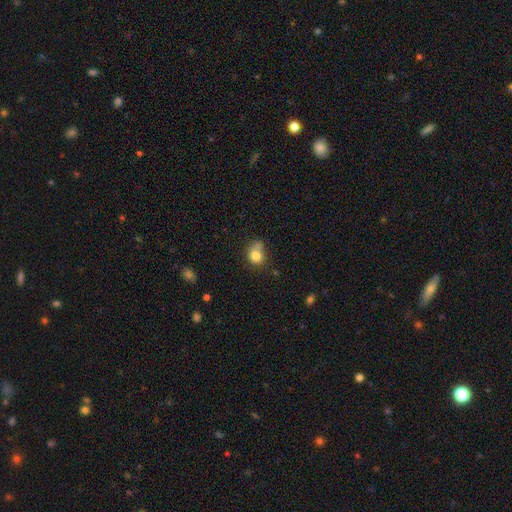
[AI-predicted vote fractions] Smooth or featured?
  - smooth: 79% *
  - star or artifact: 11%
  - featured or disk: 11%
How rounded?
  - round: 64% *
  - in between: 36%
  - cigar-shaped: 1%
Merging?
  - none: 45% *
  - minor disturbance: 24%
  - merger: 21%
  - major disturbance: 10%